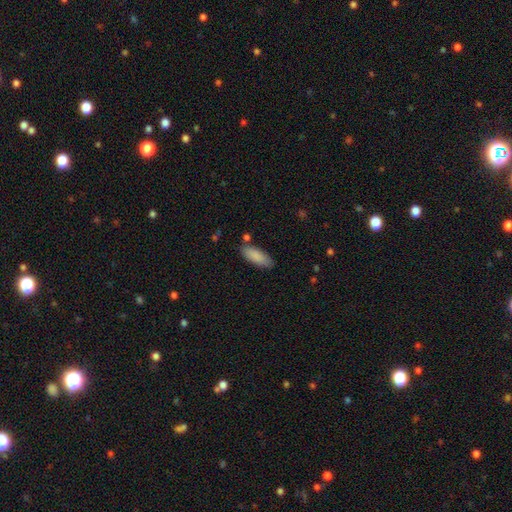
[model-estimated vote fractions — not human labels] Smooth or featured: smooth — 87% (featured or disk — 7%)
How rounded: in between — 72% (cigar-shaped — 26%)
Merging: none — 77% (minor disturbance — 15%)